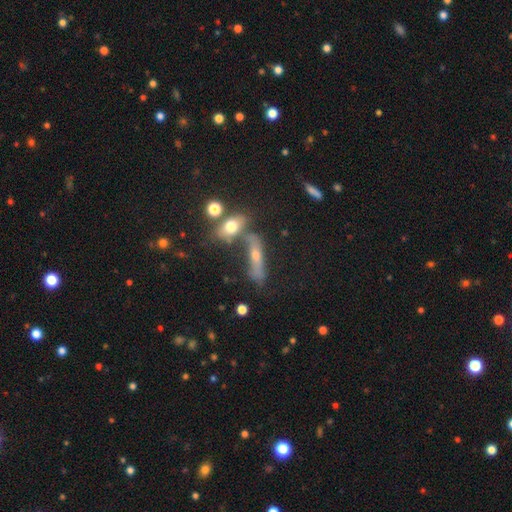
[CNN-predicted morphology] smooth 45%, featured or disk 41%, star or artifact 14%. Down the decision tree: merging — none (43%).